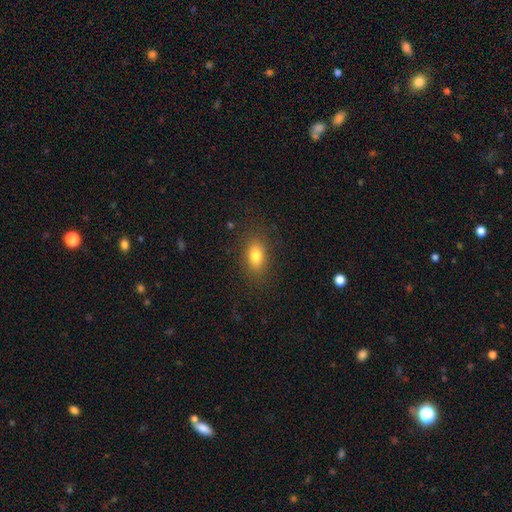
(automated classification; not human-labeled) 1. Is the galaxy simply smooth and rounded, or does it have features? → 79% smooth, 11% featured or disk, 10% star or artifact.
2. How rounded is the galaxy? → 82% in between, 13% round, 4% cigar-shaped.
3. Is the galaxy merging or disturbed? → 84% none, 11% minor disturbance, 4% major disturbance, 1% merger.